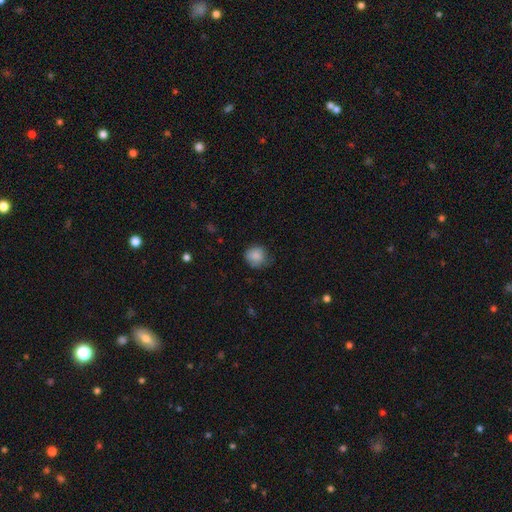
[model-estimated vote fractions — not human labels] Morphology: type=smooth (86%); roundness=round (84%); merging=none (66%).